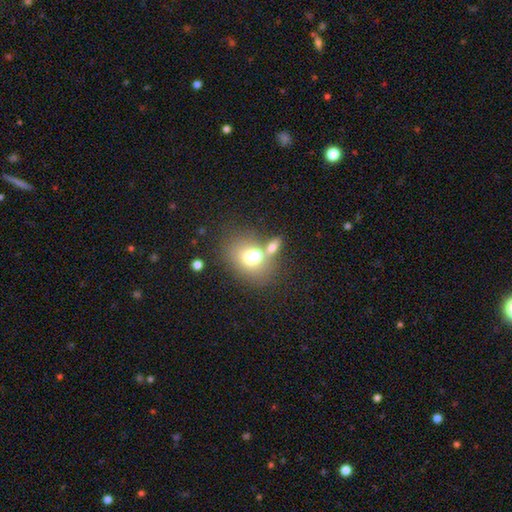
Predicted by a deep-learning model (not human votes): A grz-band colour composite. It shows a smooth galaxy with no disk features (65%) that is in between round and cigar-shaped (59%). Merging: merger (47%).